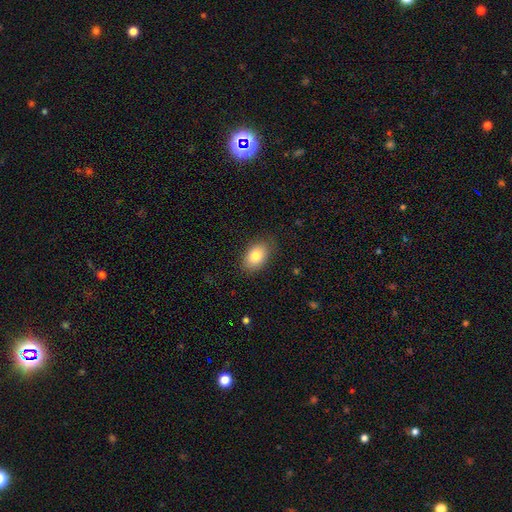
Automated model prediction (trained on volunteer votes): The model was most divided on "merging": none: 83%, minor disturbance: 13%, major disturbance: 3%, merger: 1%. More confident: how rounded — in between (89%); smooth or featured — smooth (82%).